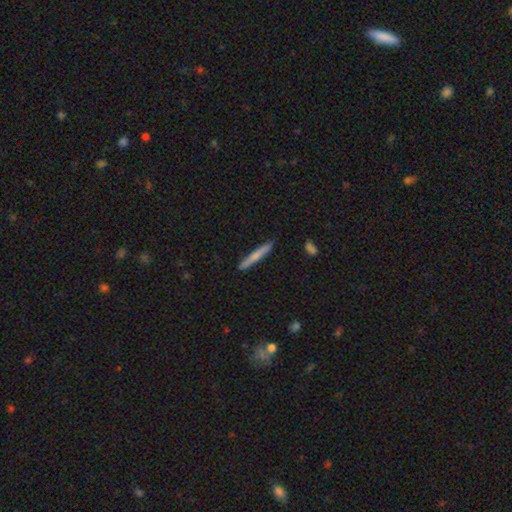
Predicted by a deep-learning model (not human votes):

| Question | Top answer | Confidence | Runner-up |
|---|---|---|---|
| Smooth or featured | smooth | 65% | featured or disk (30%) |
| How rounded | cigar-shaped | 96% | in between (3%) |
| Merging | none | 89% | minor disturbance (8%) |